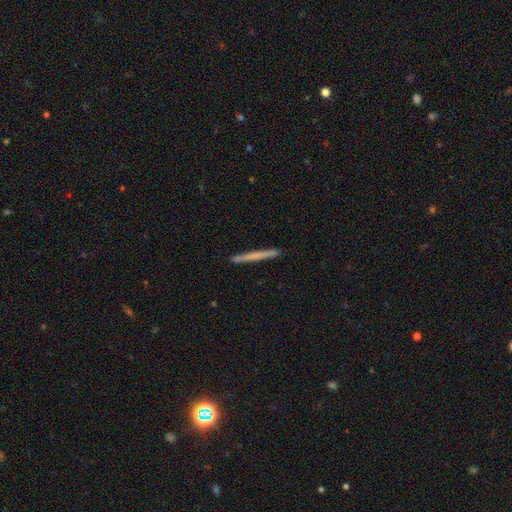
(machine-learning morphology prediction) Smooth or featured? Predicted: smooth (p=0.55). How rounded? Predicted: cigar-shaped (p=0.97). Merging? Predicted: none (p=0.92).